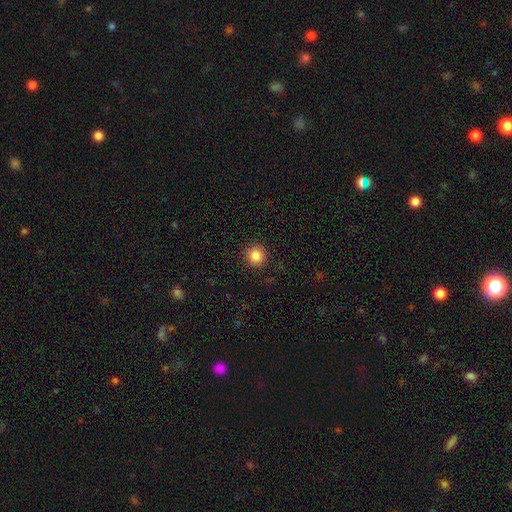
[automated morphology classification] Overall: smooth (86%). How rounded: round (93%). Merging: none (91%).